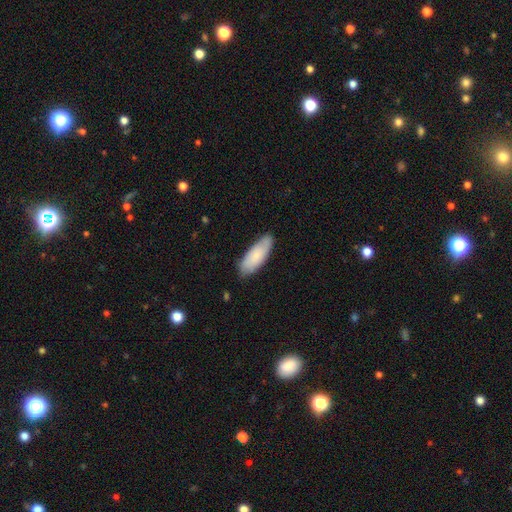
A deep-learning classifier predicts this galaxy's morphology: The model was most divided on "how rounded": in between: 69%, cigar-shaped: 29%, round: 2%. More confident: merging — none (81%); smooth or featured — smooth (80%).